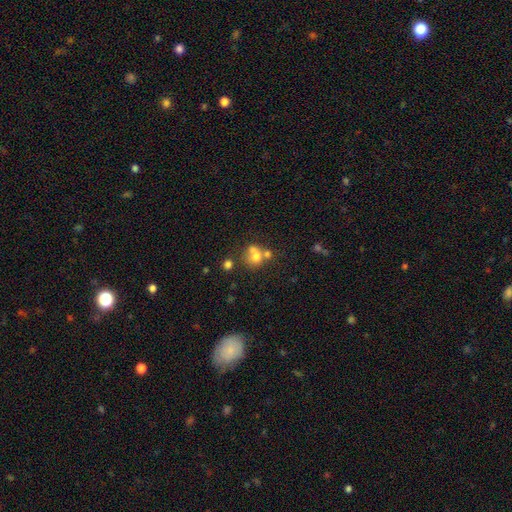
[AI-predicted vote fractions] Smooth or featured?
  - smooth: 65% *
  - featured or disk: 21%
  - star or artifact: 14%
How rounded?
  - round: 72% *
  - in between: 27%
  - cigar-shaped: 1%
Merging?
  - merger: 51% *
  - none: 34%
  - minor disturbance: 10%
  - major disturbance: 6%